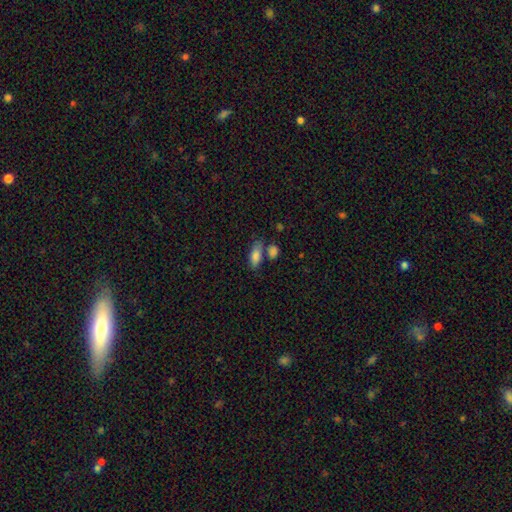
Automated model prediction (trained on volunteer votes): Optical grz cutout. It shows a smooth galaxy with no disk features (82%) that is in between round and cigar-shaped (80%). Merging: none (57%).